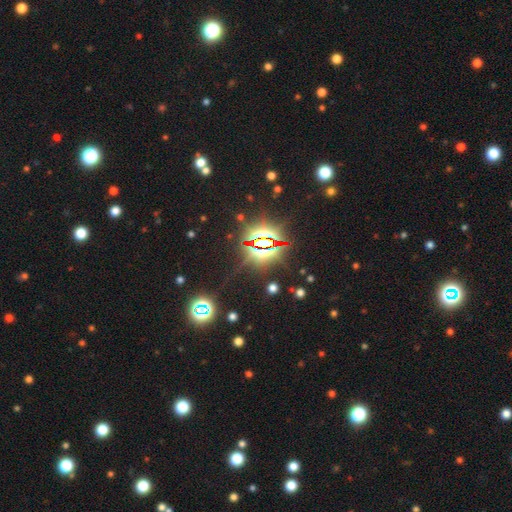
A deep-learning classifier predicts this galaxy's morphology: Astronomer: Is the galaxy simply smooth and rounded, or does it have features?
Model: star or artifact — 84%.